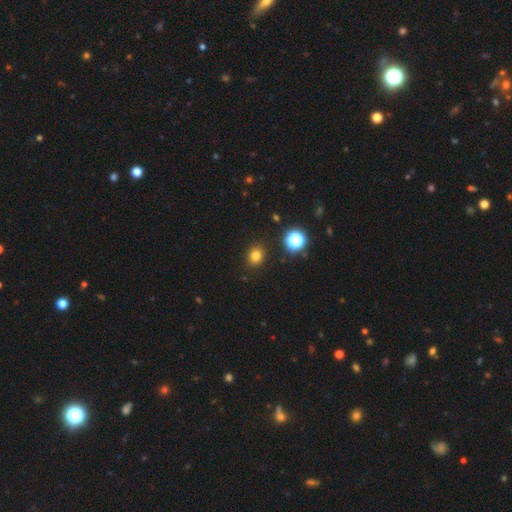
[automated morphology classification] This is likely a smooth galaxy (79%). How rounded: likely round (67%). Merging: clearly none (89%).